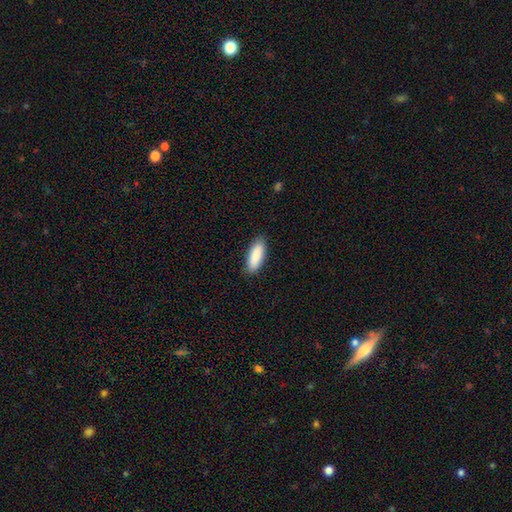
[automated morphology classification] This is clearly a smooth galaxy (90%). How rounded: likely in between (65%). Merging: clearly none (88%).